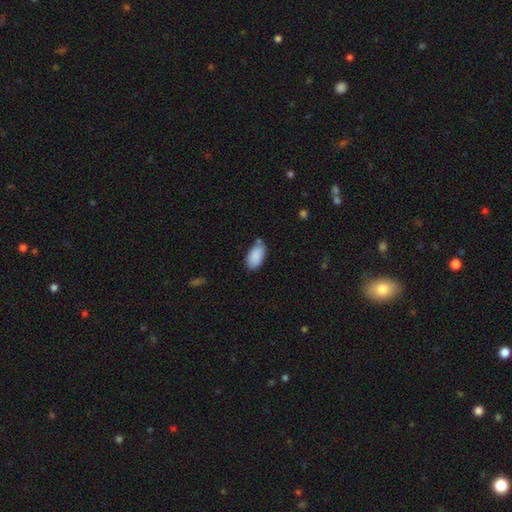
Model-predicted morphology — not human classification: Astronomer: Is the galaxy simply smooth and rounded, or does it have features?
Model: smooth — 87%.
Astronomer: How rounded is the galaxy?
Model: in between — 95%.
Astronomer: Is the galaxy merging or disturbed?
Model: none — 61%.